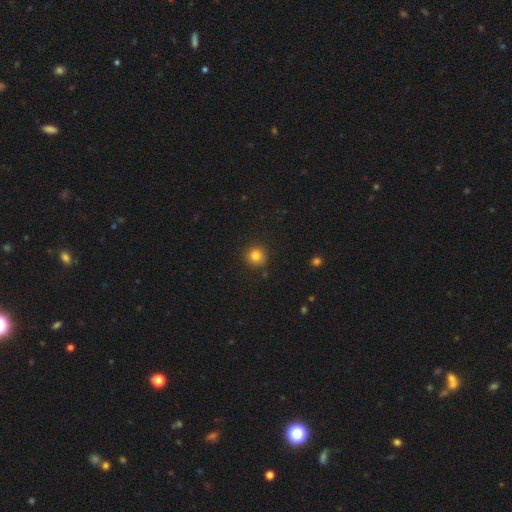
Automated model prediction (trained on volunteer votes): A smooth galaxy with no disk features (82%) that is round (92%).

Vote fractions:
- Smooth or featured? smooth: 82% / star or artifact: 12% / featured or disk: 6%
- How rounded? round: 92% / in between: 7% / cigar-shaped: 1%
- Merging? none: 89% / minor disturbance: 7% / major disturbance: 2% / merger: 1%